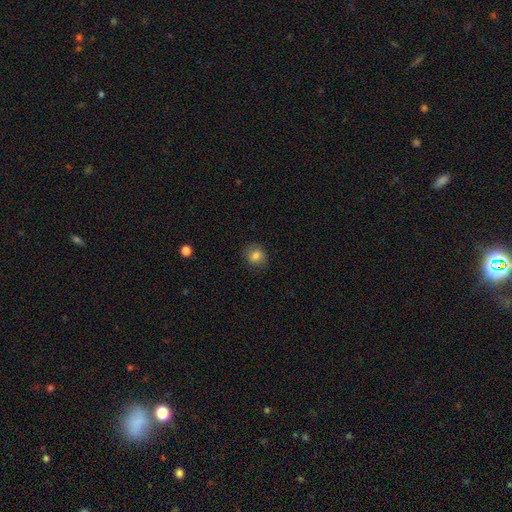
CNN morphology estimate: smooth-or-featured: smooth: 81% | star or artifact: 10% | featured or disk: 8%
  how-rounded: round: 78% | in between: 21% | cigar-shaped: 1%
  merging: none: 86% | minor disturbance: 10% | major disturbance: 3% | merger: 1%